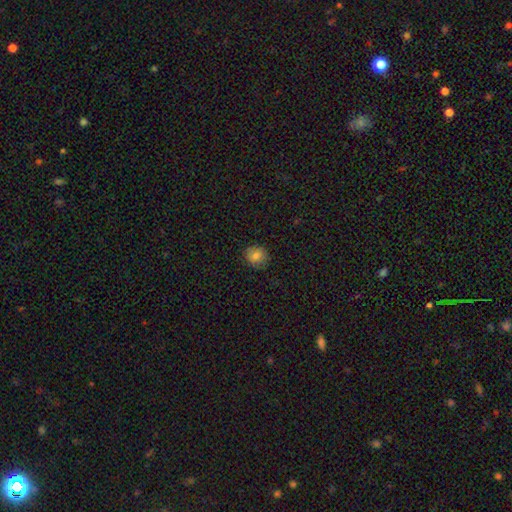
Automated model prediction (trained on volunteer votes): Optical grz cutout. It shows a smooth galaxy with no disk features (82%) that is round (88%). Merging: none (87%).